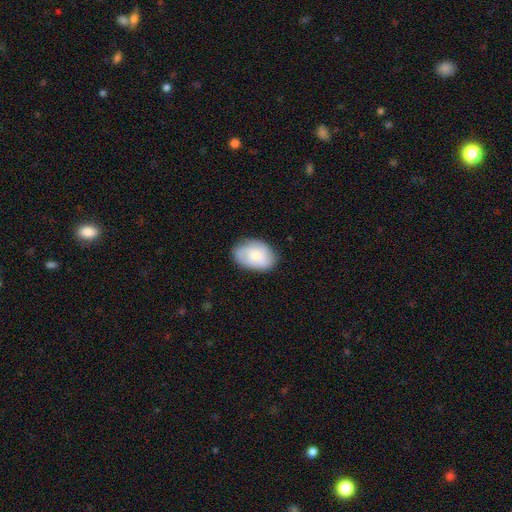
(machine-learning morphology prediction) type=smooth (61%); roundness=in between (83%); merging=none (77%).